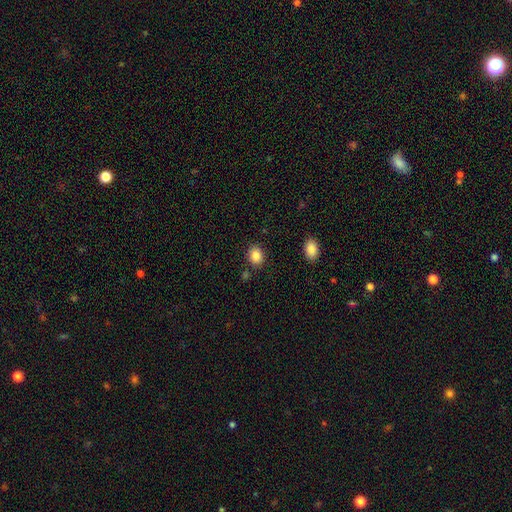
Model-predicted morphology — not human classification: Smooth or featured? smooth (87%)
How rounded? round (51%)
Merging? none (83%)